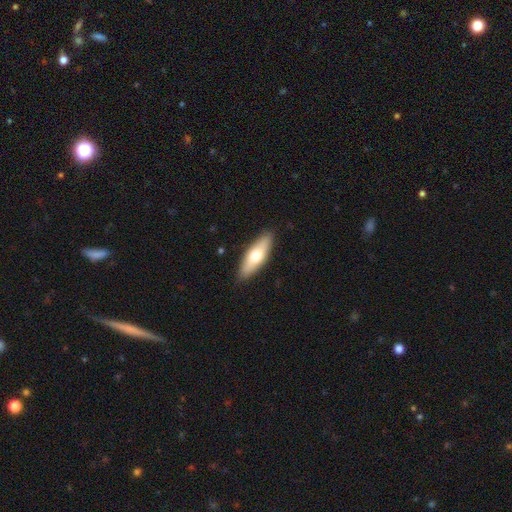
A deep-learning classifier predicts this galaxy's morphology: smooth-or-featured: smooth: 64% | featured or disk: 31% | star or artifact: 5%
  how-rounded: in between: 58% | cigar-shaped: 40% | round: 2%
  merging: none: 88% | minor disturbance: 9% | major disturbance: 2% | merger: 1%